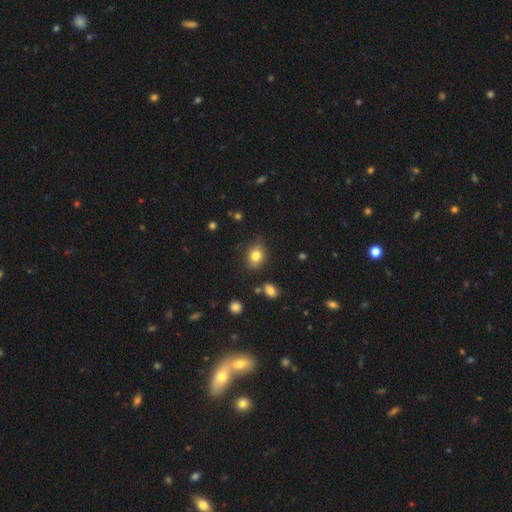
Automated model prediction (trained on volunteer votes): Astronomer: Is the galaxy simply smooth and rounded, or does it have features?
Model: smooth — 81%.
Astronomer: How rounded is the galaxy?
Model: in between — 52% (runner-up: round, 47%).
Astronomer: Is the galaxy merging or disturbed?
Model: none — 78%.